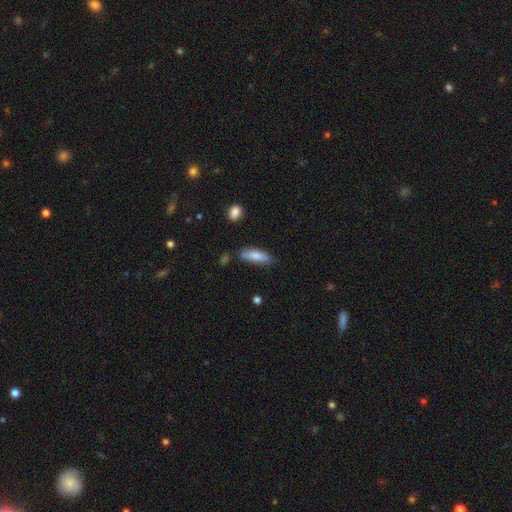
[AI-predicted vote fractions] Smooth or featured? Predicted: smooth (p=0.79). How rounded? Predicted: cigar-shaped (p=0.50). Merging? Predicted: none (p=0.76).